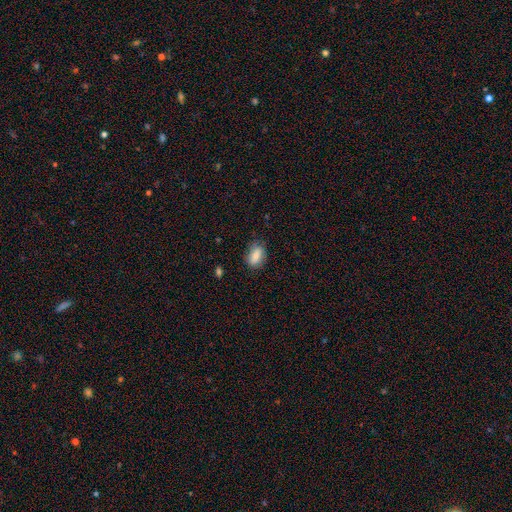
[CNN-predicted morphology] A smooth galaxy with no disk features (81%) that is in between round and cigar-shaped (85%). Merging: none (73%).